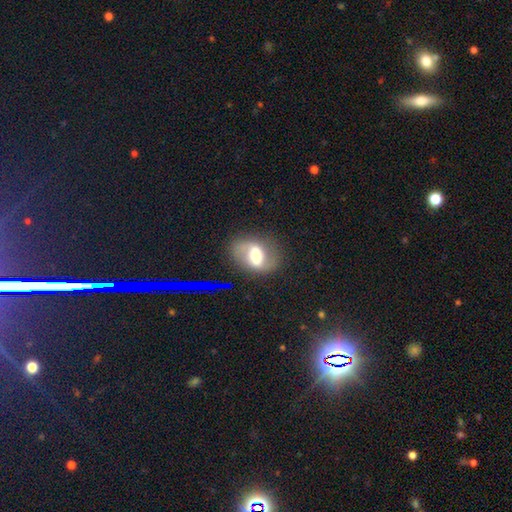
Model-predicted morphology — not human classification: This appears to be a featured or disk galaxy (62%) with a strong bar (48%), spiral arms (77%) and a moderate central bulge (45%). Merging: none (74%).